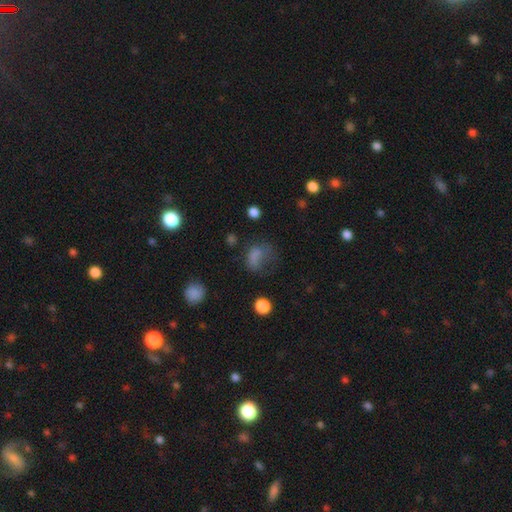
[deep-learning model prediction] Smooth or featured? Predicted: smooth (p=0.69). How rounded? Predicted: in between (p=0.66). Merging? Predicted: major disturbance (p=0.38).